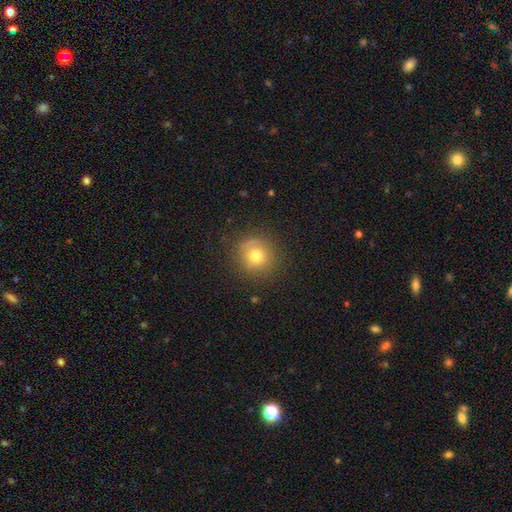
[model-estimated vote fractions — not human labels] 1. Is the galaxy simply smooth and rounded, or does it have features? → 70% smooth, 18% featured or disk, 12% star or artifact.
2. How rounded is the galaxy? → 90% round, 9% in between, 1% cigar-shaped.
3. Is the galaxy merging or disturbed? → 78% none, 15% minor disturbance, 5% major disturbance, 2% merger.